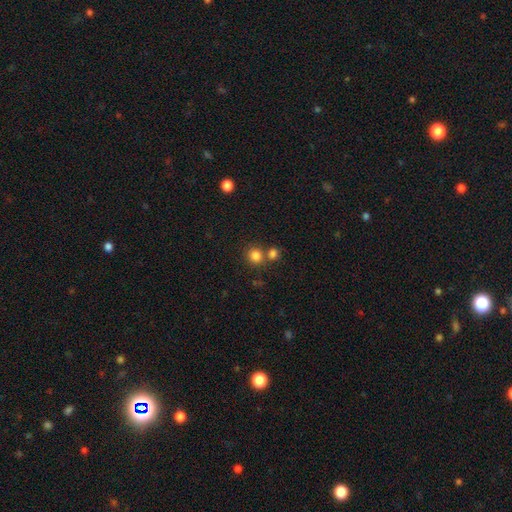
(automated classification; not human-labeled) Smooth or featured? Predicted: smooth (p=0.82). How rounded? Predicted: round (p=0.86). Merging? Predicted: none (p=0.63).